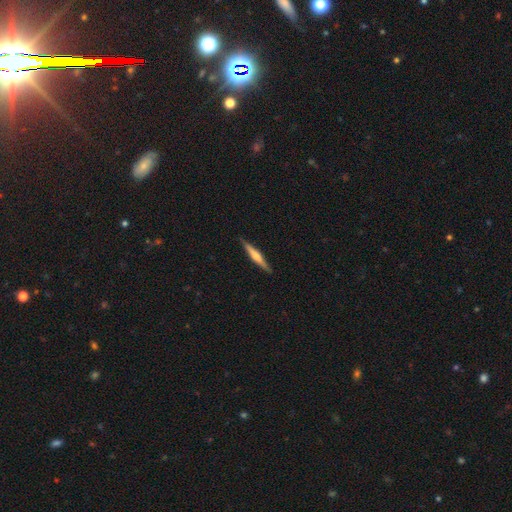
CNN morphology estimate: A featured or disk galaxy (57%) viewed edge-on (97%) with a rounded central bulge (57%).

Vote fractions:
- Smooth or featured? featured or disk: 57% / smooth: 37% / star or artifact: 6%
- Edge-on disk? yes: 97% / no: 3%
- Edge-on bulge? rounded: 57% / boxy: 24% / none: 20%
- Merging? none: 90% / minor disturbance: 7% / major disturbance: 1% / merger: 1%